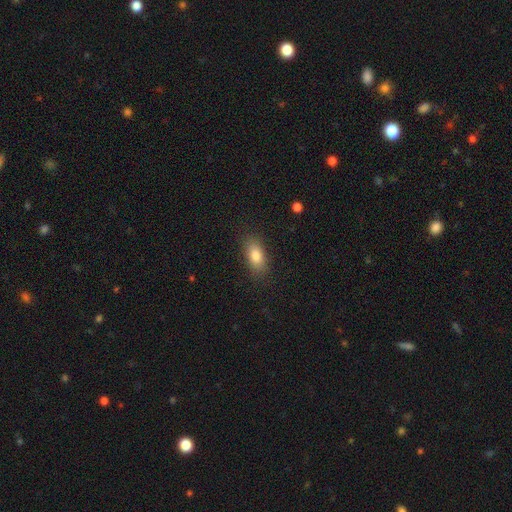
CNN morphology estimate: Smooth or featured? smooth (82%)
How rounded? in between (86%)
Merging? none (85%)